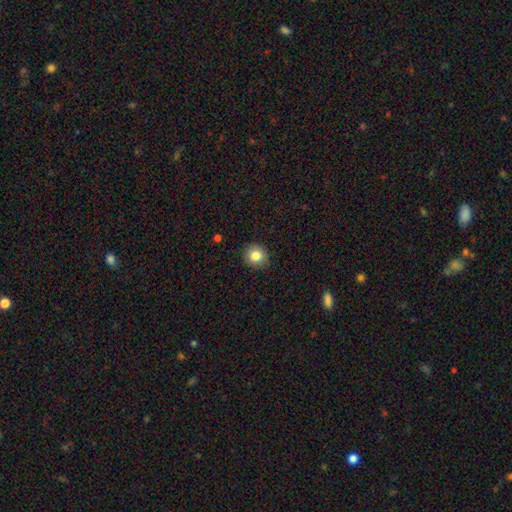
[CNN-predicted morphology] A smooth galaxy with no disk features (84%) that is round (87%).

Vote fractions:
- Smooth or featured? smooth: 84% / star or artifact: 10% / featured or disk: 7%
- How rounded? round: 87% / in between: 12% / cigar-shaped: 1%
- Merging? none: 89% / minor disturbance: 8% / major disturbance: 2% / merger: 1%